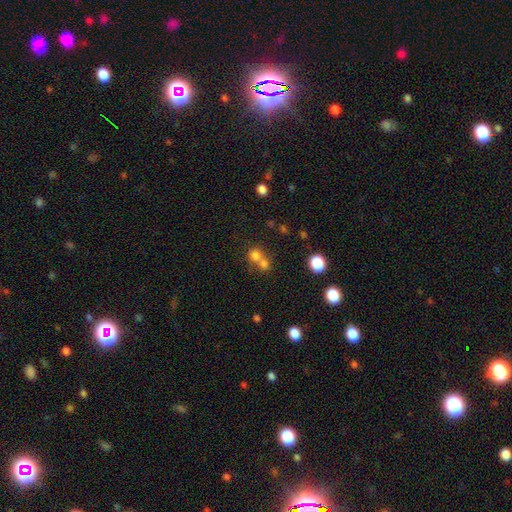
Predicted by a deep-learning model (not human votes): smooth-or-featured: smooth: 71% | star or artifact: 16% | featured or disk: 13%
  how-rounded: round: 84% | in between: 15% | cigar-shaped: 1%
  merging: merger: 56% | none: 36% | minor disturbance: 5% | major disturbance: 3%